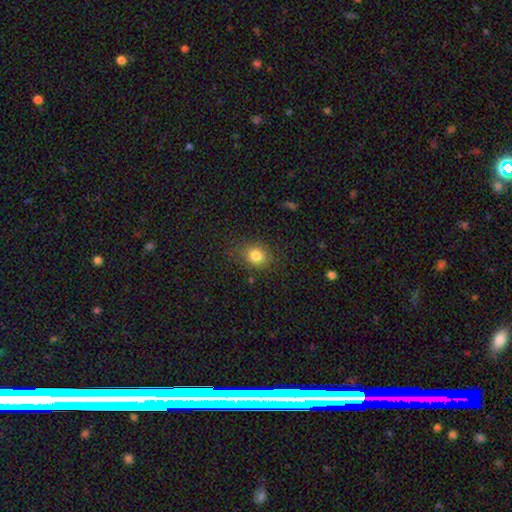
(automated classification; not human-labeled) Smooth or featured? smooth (81%)
How rounded? round (62%)
Merging? none (80%)